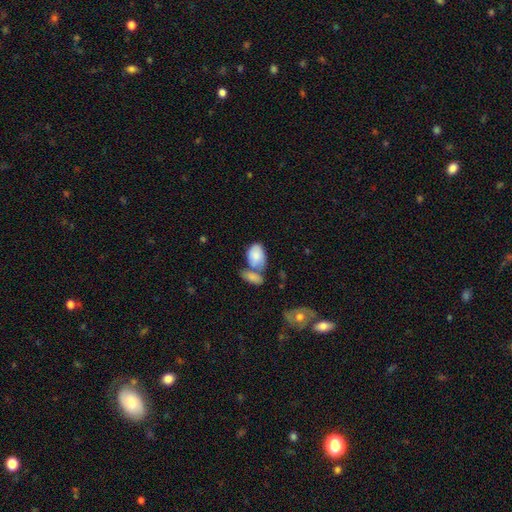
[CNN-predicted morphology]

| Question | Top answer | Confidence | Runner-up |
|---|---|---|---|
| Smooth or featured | smooth | 79% | featured or disk (15%) |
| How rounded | in between | 89% | round (10%) |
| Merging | merger | 52% | none (26%) |